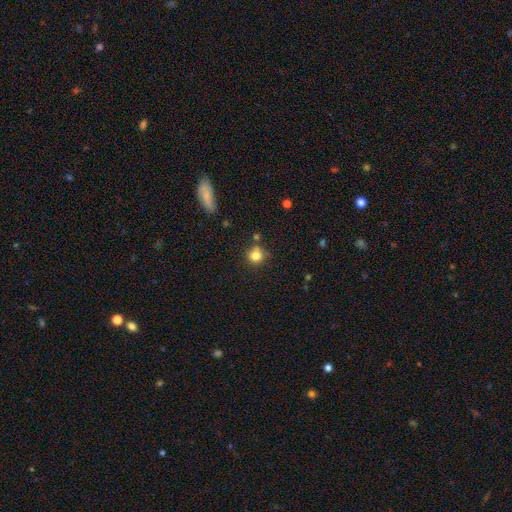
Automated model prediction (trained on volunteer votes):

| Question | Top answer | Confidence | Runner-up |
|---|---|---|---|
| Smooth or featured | smooth | 80% | star or artifact (12%) |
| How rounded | round | 85% | in between (14%) |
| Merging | none | 68% | minor disturbance (16%) |